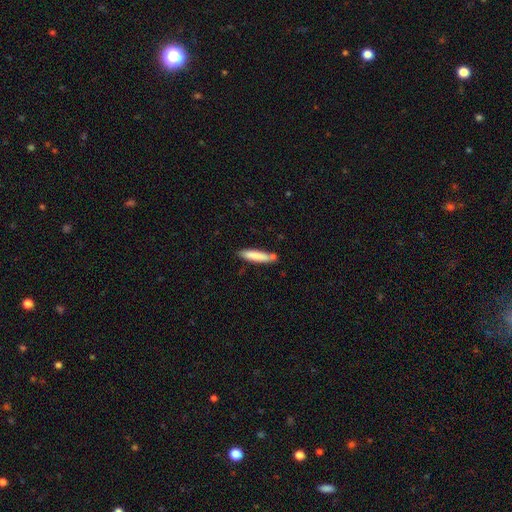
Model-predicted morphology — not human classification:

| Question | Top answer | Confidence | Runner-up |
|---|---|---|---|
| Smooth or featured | smooth | 81% | featured or disk (13%) |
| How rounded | cigar-shaped | 86% | in between (13%) |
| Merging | none | 73% | minor disturbance (15%) |